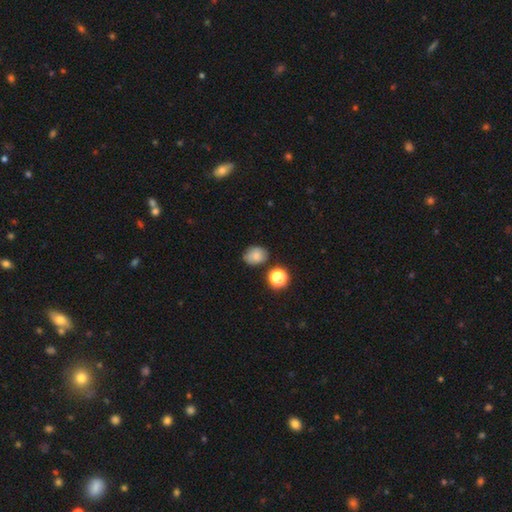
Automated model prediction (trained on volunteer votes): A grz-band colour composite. It shows a smooth galaxy with no disk features (78%) that is in between round and cigar-shaped (55%). Merging: none (72%).